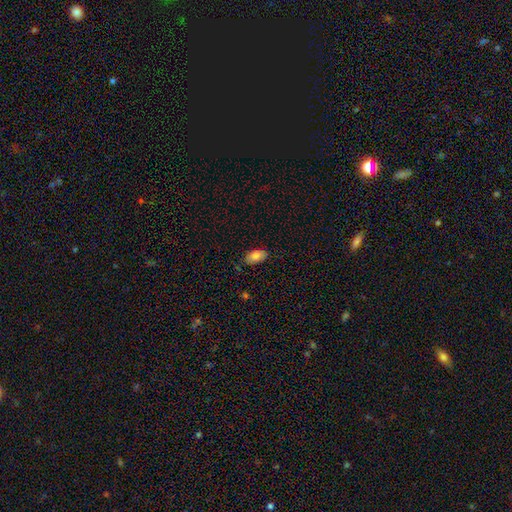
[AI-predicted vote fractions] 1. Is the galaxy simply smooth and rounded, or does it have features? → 81% smooth, 11% featured or disk, 8% star or artifact.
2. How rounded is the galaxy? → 93% in between, 4% round, 3% cigar-shaped.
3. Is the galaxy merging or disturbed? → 78% none, 18% minor disturbance, 3% major disturbance, 1% merger.